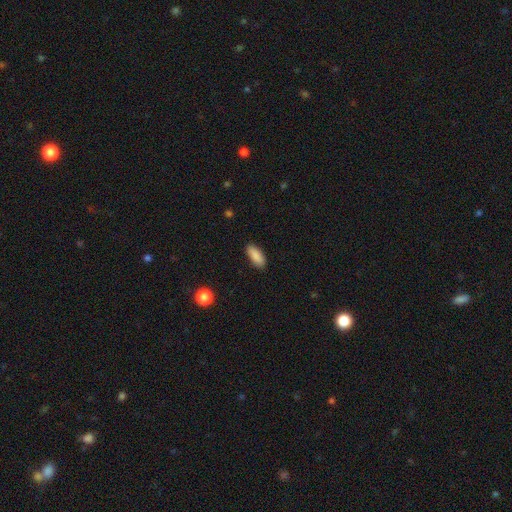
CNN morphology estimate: type=smooth (89%); roundness=in between (78%); merging=none (88%).